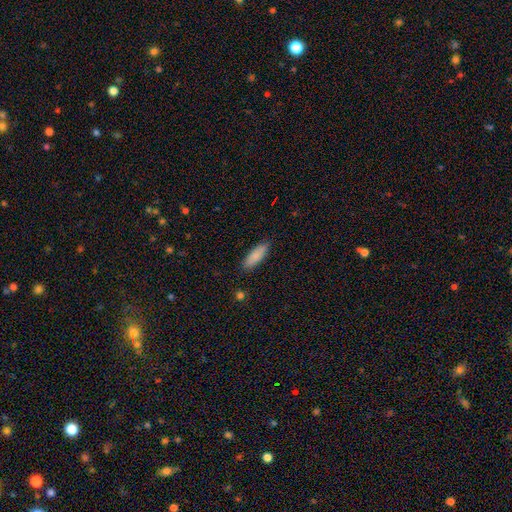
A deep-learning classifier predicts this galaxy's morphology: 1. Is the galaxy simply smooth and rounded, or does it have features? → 85% smooth, 9% featured or disk, 6% star or artifact.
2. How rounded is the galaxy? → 55% in between, 43% cigar-shaped, 2% round.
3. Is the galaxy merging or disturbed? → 87% none, 10% minor disturbance, 2% major disturbance, 1% merger.